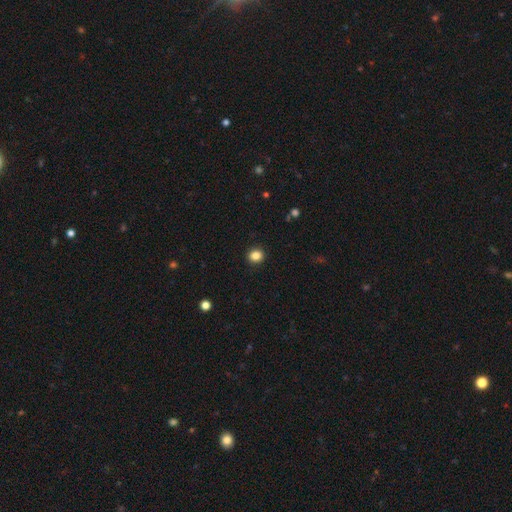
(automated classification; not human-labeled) Smooth or featured?
  - smooth: 85% *
  - star or artifact: 11%
  - featured or disk: 4%
How rounded?
  - round: 79% *
  - in between: 20%
  - cigar-shaped: 1%
Merging?
  - none: 92% *
  - minor disturbance: 5%
  - major disturbance: 2%
  - merger: 1%